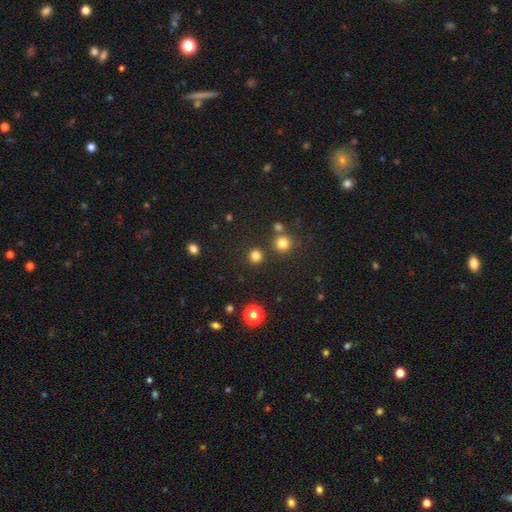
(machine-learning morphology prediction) type=smooth (79%); roundness=round (93%); merging=none (86%).